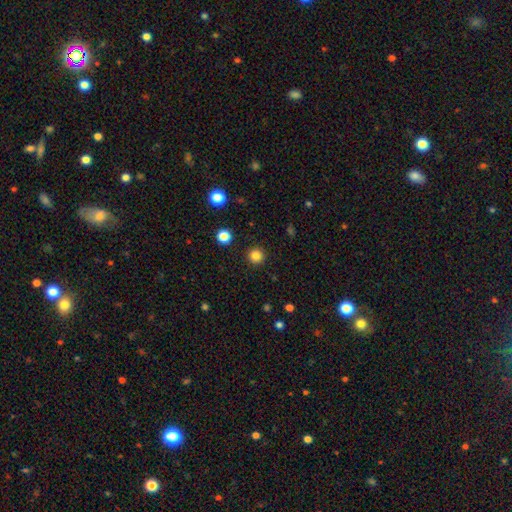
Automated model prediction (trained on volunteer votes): A smooth galaxy with no disk features (83%) that is round (96%).

Vote fractions:
- Smooth or featured? smooth: 83% / star or artifact: 13% / featured or disk: 4%
- How rounded? round: 96% / in between: 4% / cigar-shaped: 1%
- Merging? none: 93% / minor disturbance: 5% / major disturbance: 2% / merger: 1%